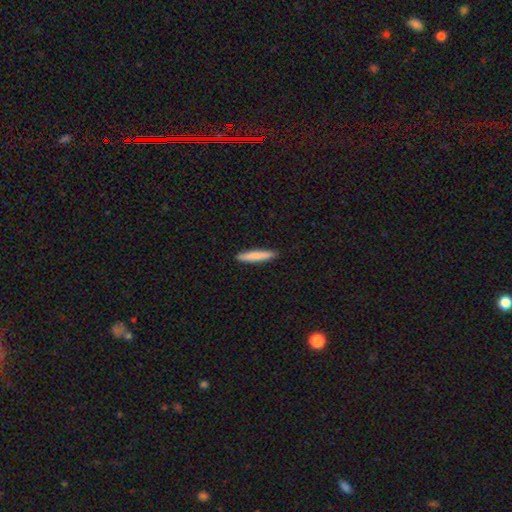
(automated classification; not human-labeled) Smooth or featured?
  - smooth: 80% *
  - featured or disk: 14%
  - star or artifact: 5%
How rounded?
  - cigar-shaped: 93% *
  - in between: 6%
  - round: 1%
Merging?
  - none: 91% *
  - minor disturbance: 7%
  - major disturbance: 1%
  - merger: 1%